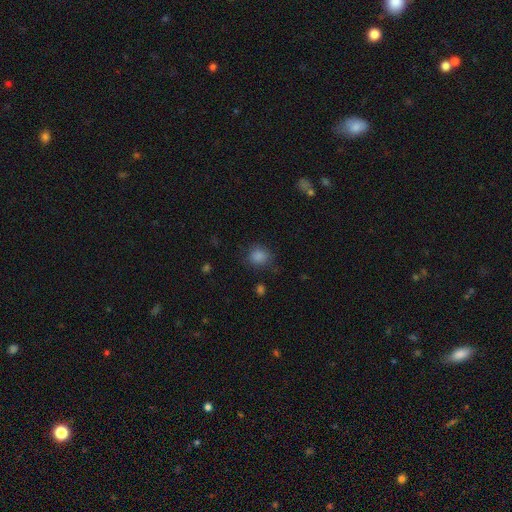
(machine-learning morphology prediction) smooth 77%, star or artifact 18%, featured or disk 5%. Down the decision tree: how rounded — round (83%); merging — none (81%).